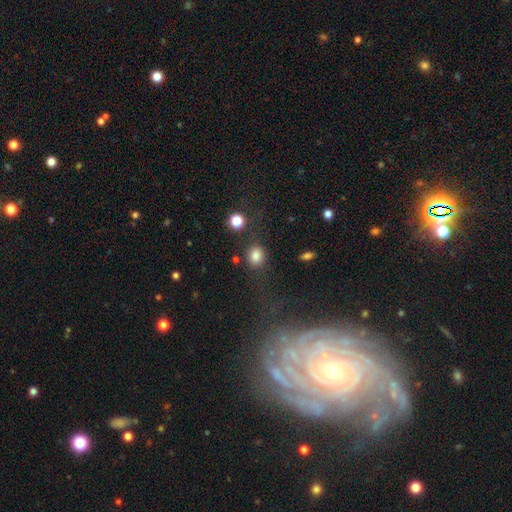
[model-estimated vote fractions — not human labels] Smooth or featured?
  - smooth: 82% *
  - star or artifact: 12%
  - featured or disk: 7%
How rounded?
  - round: 65% *
  - in between: 33%
  - cigar-shaped: 1%
Merging?
  - none: 71% *
  - minor disturbance: 14%
  - major disturbance: 8%
  - merger: 7%